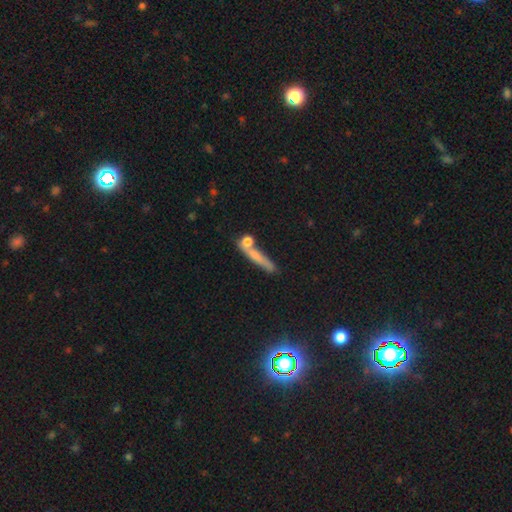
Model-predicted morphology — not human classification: smooth 60%, featured or disk 28%, star or artifact 11%. Down the decision tree: how rounded — cigar-shaped (82%); merging — none (63%).